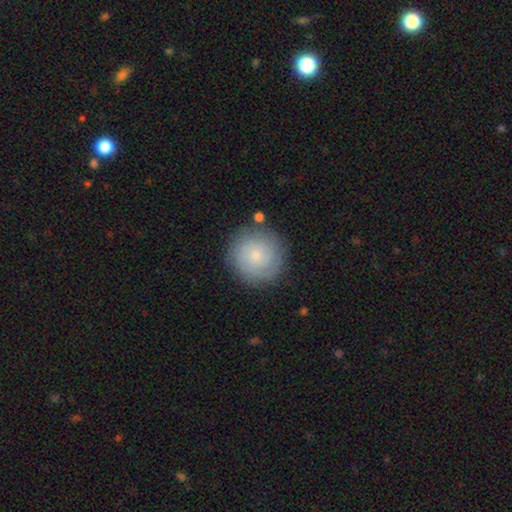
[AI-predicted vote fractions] Q: Smooth or featured?
A: smooth (68%); runner-up: featured or disk (25%)
Q: How rounded?
A: round (95%); runner-up: in between (4%)
Q: Merging?
A: none (84%); runner-up: minor disturbance (11%)